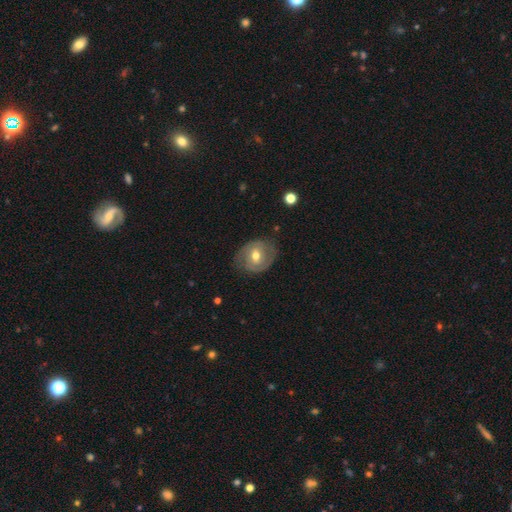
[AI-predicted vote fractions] This appears to be a featured or disk galaxy (67%) with no bar (44%), spiral arms (75%) and a moderate central bulge (77%). Merging: none (74%).